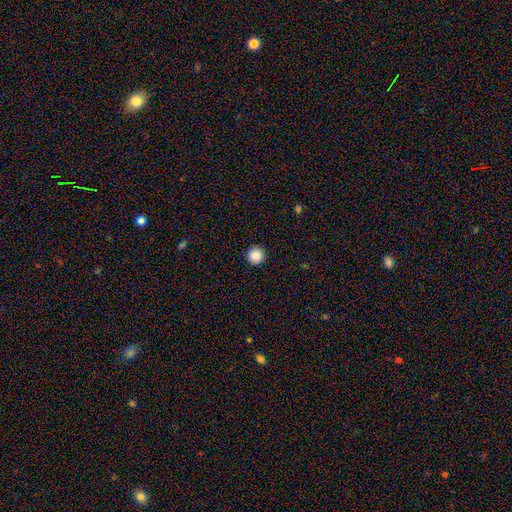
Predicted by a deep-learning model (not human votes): smooth_or_featured: smooth (p=0.87) [alt: star or artifact p=0.09]
how_rounded: round (p=0.96) [alt: in between p=0.03]
merging: none (p=0.93) [alt: minor disturbance p=0.04]